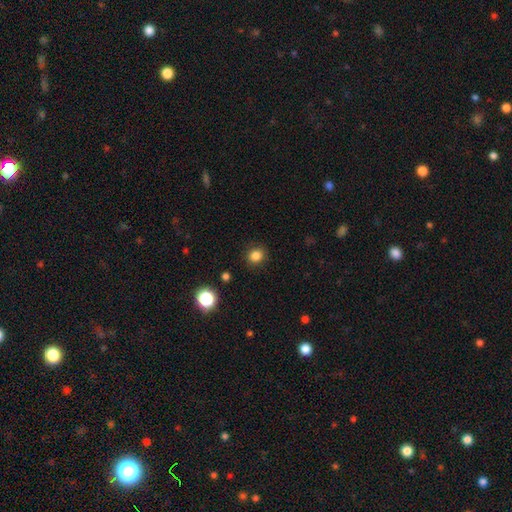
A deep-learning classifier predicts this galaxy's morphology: smooth 83%, star or artifact 13%, featured or disk 4%. Down the decision tree: how rounded — round (85%); merging — none (89%).